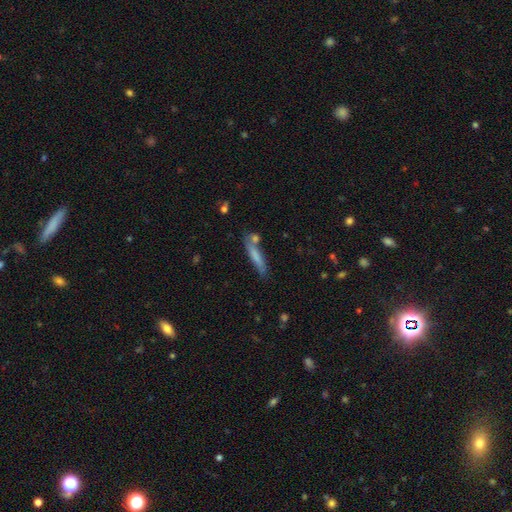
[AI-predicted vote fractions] A smooth galaxy with no disk features (70%) that is cigar-shaped (89%).

Vote fractions:
- Smooth or featured? smooth: 70% / featured or disk: 23% / star or artifact: 7%
- How rounded? cigar-shaped: 89% / in between: 9% / round: 2%
- Merging? none: 69% / minor disturbance: 16% / merger: 11% / major disturbance: 4%